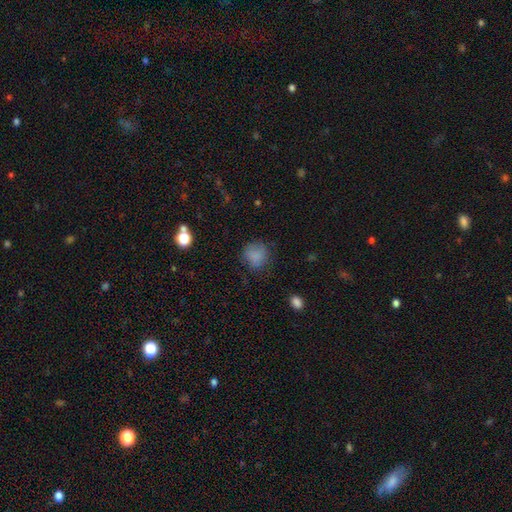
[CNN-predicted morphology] smooth 81%, star or artifact 11%, featured or disk 7%. Down the decision tree: how rounded — round (83%); merging — none (72%).